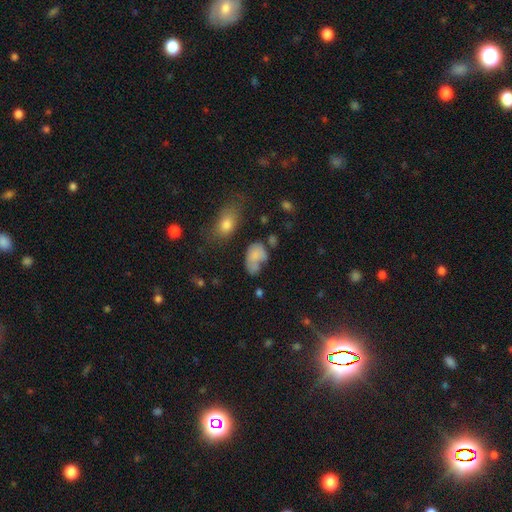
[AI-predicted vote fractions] Q: Smooth or featured?
A: smooth (73%); runner-up: featured or disk (15%)
Q: How rounded?
A: in between (85%); runner-up: round (14%)
Q: Merging?
A: none (31%); runner-up: minor disturbance (25%)